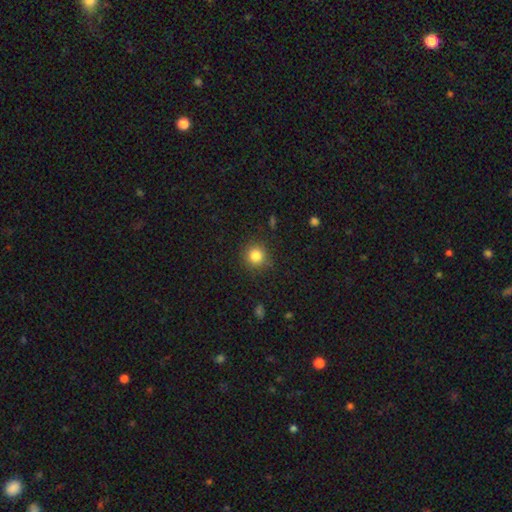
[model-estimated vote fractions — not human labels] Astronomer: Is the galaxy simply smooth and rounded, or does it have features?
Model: smooth — 84%.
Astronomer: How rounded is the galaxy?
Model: round — 93%.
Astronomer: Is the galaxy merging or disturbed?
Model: none — 88%.